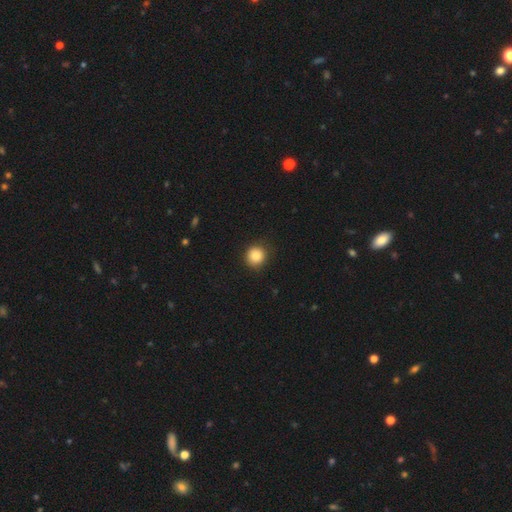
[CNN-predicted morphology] smooth-or-featured: smooth: 86% | star or artifact: 10% | featured or disk: 5%
  how-rounded: round: 91% | in between: 8% | cigar-shaped: 1%
  merging: none: 86% | minor disturbance: 11% | major disturbance: 3% | merger: 1%